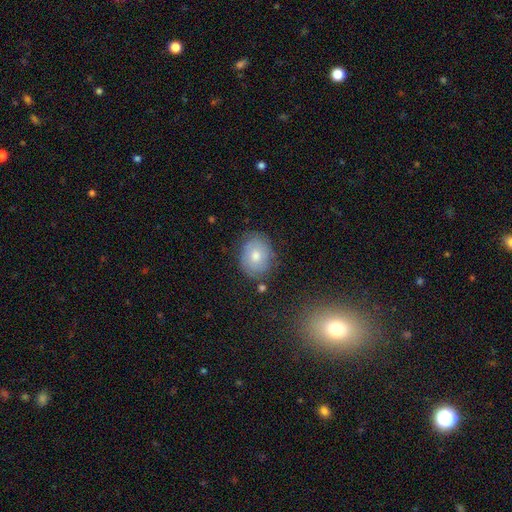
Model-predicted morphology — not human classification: A smooth galaxy with no disk features (55%) that is in between round and cigar-shaped (55%). Merging: none (80%).